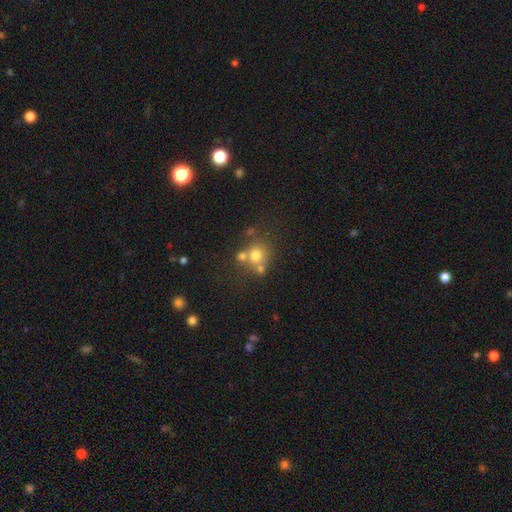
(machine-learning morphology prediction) Smooth or featured?
  - smooth: 69% *
  - featured or disk: 15%
  - star or artifact: 15%
How rounded?
  - round: 83% *
  - in between: 16%
  - cigar-shaped: 1%
Merging?
  - none: 51% *
  - merger: 35%
  - minor disturbance: 10%
  - major disturbance: 5%